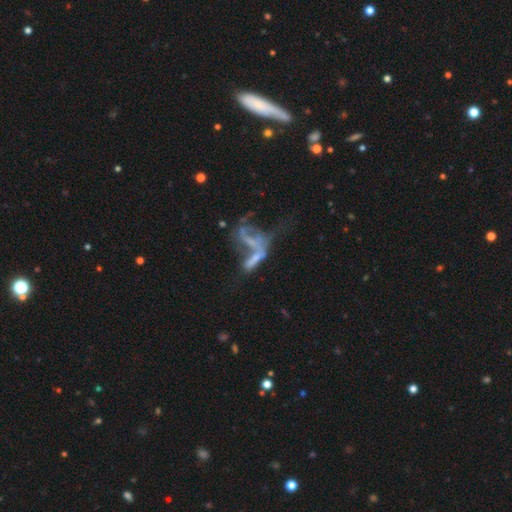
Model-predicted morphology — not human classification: Q: Smooth or featured?
A: featured or disk (60%); runner-up: smooth (24%)
Q: Edge-on disk?
A: no (90%); runner-up: yes (10%)
Q: Bar?
A: no (70%); runner-up: weak (17%)
Q: Spiral arms?
A: no (74%); runner-up: yes (26%)
Q: Bulge size?
A: none (60%); runner-up: small (23%)
Q: Merging?
A: merger (50%); runner-up: major disturbance (28%)